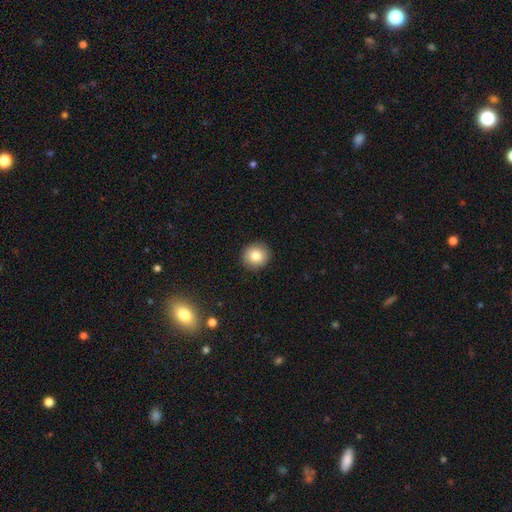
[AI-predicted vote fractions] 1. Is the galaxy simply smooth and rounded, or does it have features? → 81% smooth, 9% star or artifact, 9% featured or disk.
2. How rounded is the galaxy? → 92% round, 7% in between, 1% cigar-shaped.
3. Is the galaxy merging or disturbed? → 91% none, 6% minor disturbance, 2% major disturbance, 1% merger.